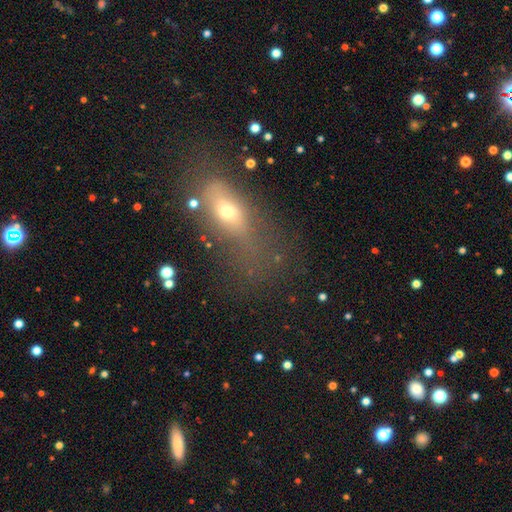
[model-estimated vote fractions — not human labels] Q: Smooth or featured?
A: smooth (49%); runner-up: star or artifact (25%)
Q: Merging?
A: none (55%); runner-up: minor disturbance (20%)